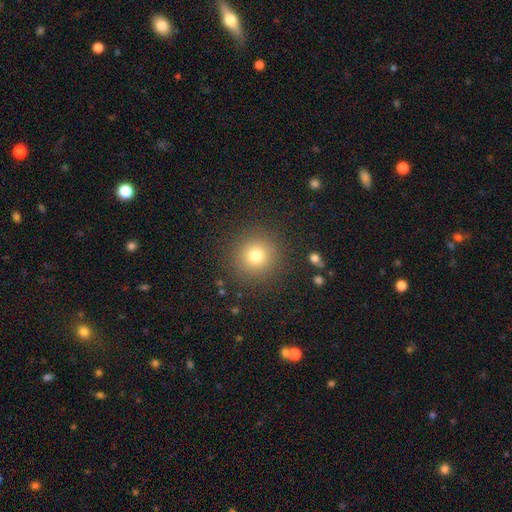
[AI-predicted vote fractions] Q: Smooth or featured?
A: smooth (76%); runner-up: star or artifact (15%)
Q: How rounded?
A: round (94%); runner-up: in between (5%)
Q: Merging?
A: none (89%); runner-up: minor disturbance (6%)